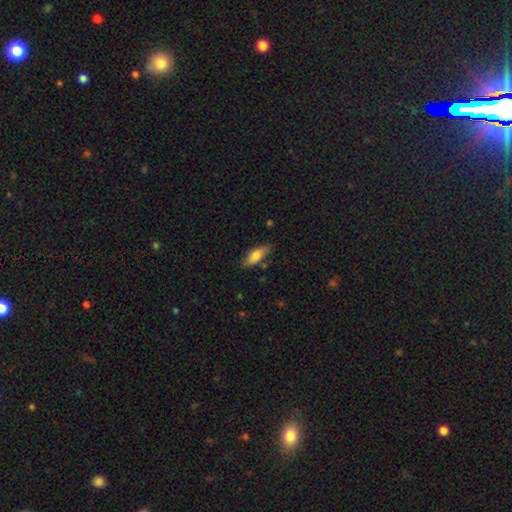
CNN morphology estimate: Smooth or featured: smooth — 74% (featured or disk — 19%)
How rounded: in between — 68% (cigar-shaped — 30%)
Merging: none — 78% (minor disturbance — 16%)